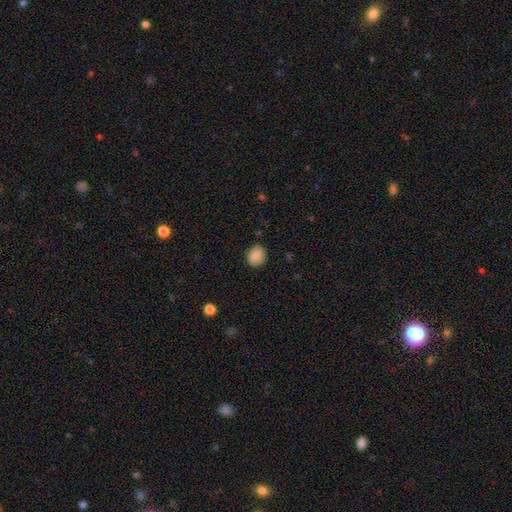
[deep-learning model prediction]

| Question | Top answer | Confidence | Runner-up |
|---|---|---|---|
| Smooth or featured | smooth | 87% | star or artifact (8%) |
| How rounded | round | 56% | in between (43%) |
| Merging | none | 84% | minor disturbance (12%) |